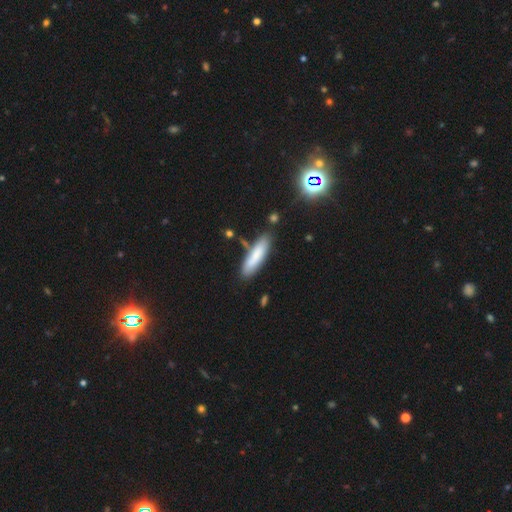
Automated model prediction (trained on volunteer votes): Smooth or featured: smooth — 79% (featured or disk — 14%)
How rounded: cigar-shaped — 69% (in between — 30%)
Merging: none — 74% (minor disturbance — 16%)